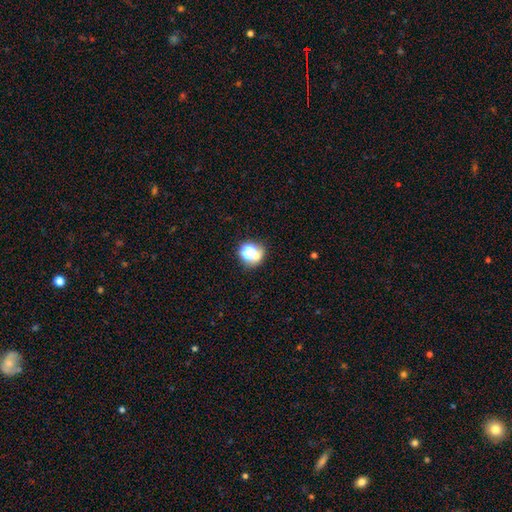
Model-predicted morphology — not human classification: type=smooth (51%); roundness=round (80%); merging=none (66%).